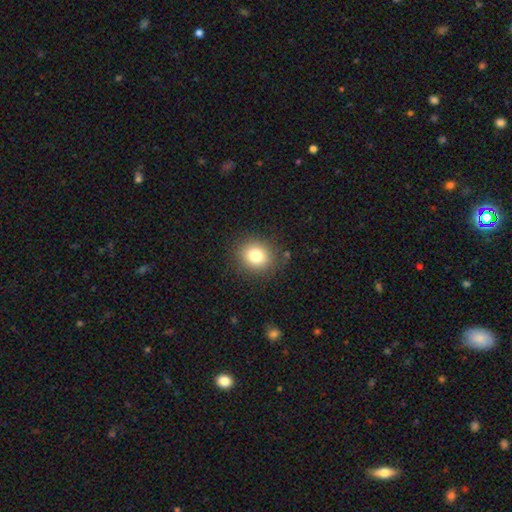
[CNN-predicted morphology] Smooth or featured: smooth — 79% (star or artifact — 12%)
How rounded: round — 78% (in between — 21%)
Merging: none — 86% (minor disturbance — 9%)